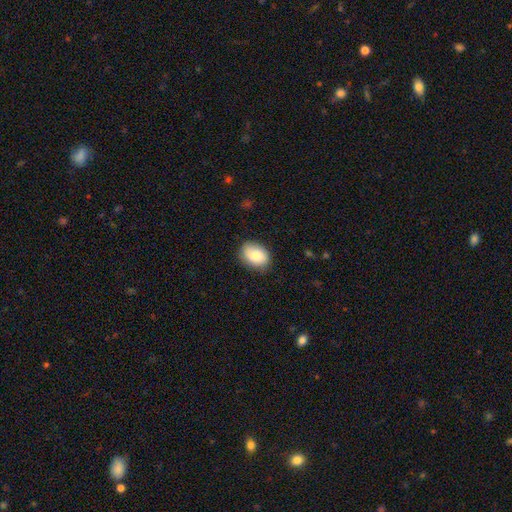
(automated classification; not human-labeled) smooth 81%, featured or disk 12%, star or artifact 7%. Down the decision tree: how rounded — in between (75%); merging — none (79%).